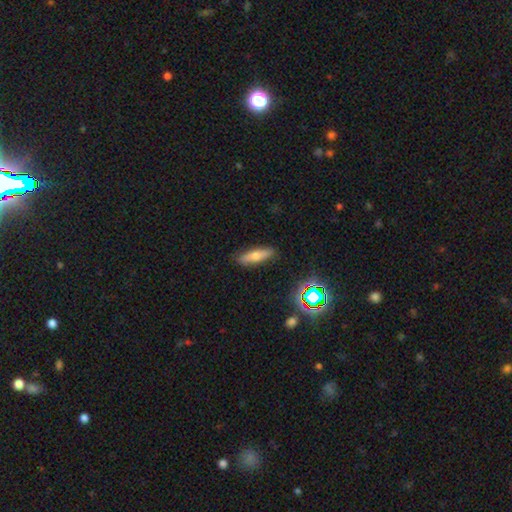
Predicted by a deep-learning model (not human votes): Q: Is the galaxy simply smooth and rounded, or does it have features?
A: smooth — 59%.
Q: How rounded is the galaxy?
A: cigar-shaped — 57%.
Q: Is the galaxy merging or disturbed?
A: none — 86%.